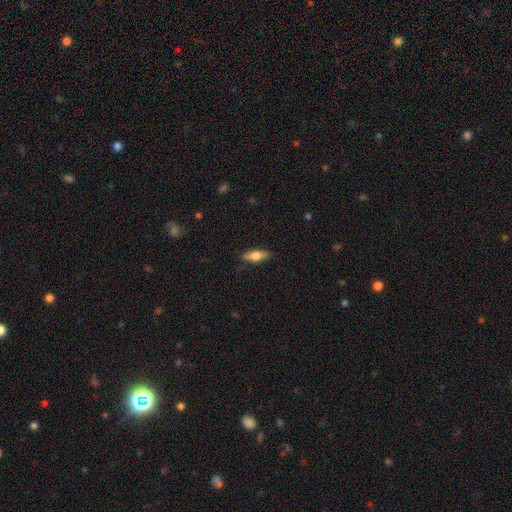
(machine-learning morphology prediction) The model was most divided on "how rounded": in between: 52%, cigar-shaped: 45%, round: 3%. More confident: merging — none (87%); smooth or featured — smooth (55%).